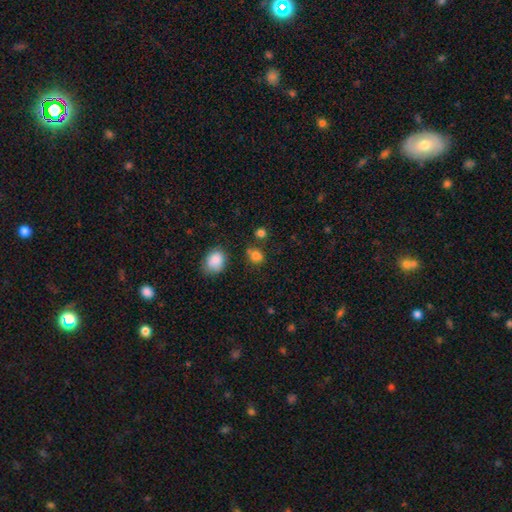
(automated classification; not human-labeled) A smooth galaxy with no disk features (81%) that is round (65%).

Vote fractions:
- Smooth or featured? smooth: 81% / star or artifact: 13% / featured or disk: 6%
- How rounded? round: 65% / in between: 34% / cigar-shaped: 1%
- Merging? none: 68% / minor disturbance: 16% / merger: 11% / major disturbance: 5%